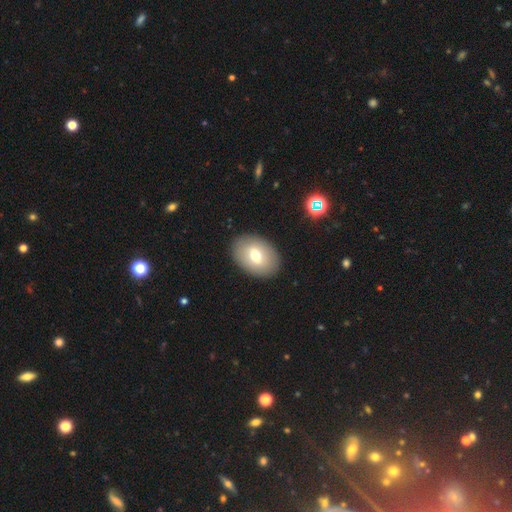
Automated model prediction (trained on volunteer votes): smooth-or-featured: smooth: 68% | featured or disk: 25% | star or artifact: 8%
  how-rounded: in between: 83% | round: 16% | cigar-shaped: 1%
  merging: none: 89% | minor disturbance: 8% | major disturbance: 2% | merger: 1%